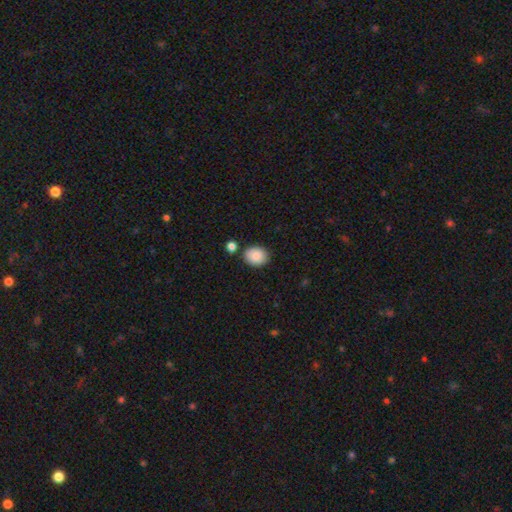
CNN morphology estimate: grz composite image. It shows a smooth galaxy with no disk features (88%) that is round (58%). Merging: none (82%).